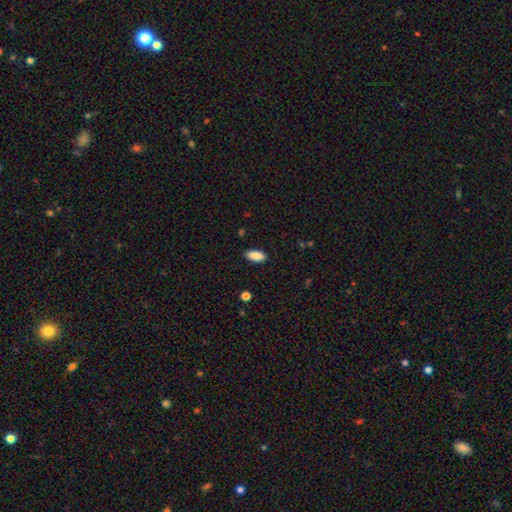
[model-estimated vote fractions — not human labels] The model was most divided on "merging": none: 88%, minor disturbance: 9%, major disturbance: 2%, merger: 1%. More confident: smooth or featured — smooth (89%); how rounded — in between (89%).